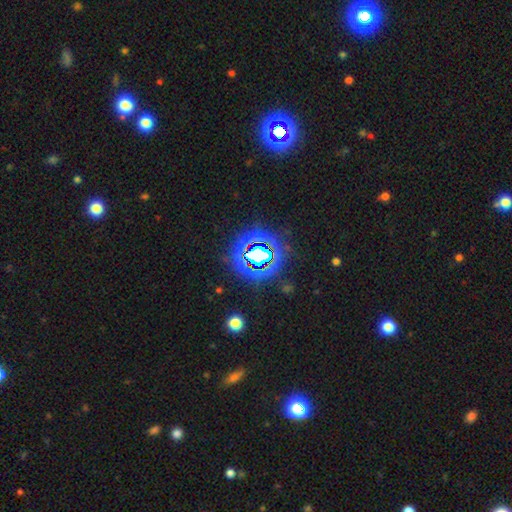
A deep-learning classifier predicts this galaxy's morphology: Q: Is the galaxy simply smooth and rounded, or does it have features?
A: star or artifact — 73%.